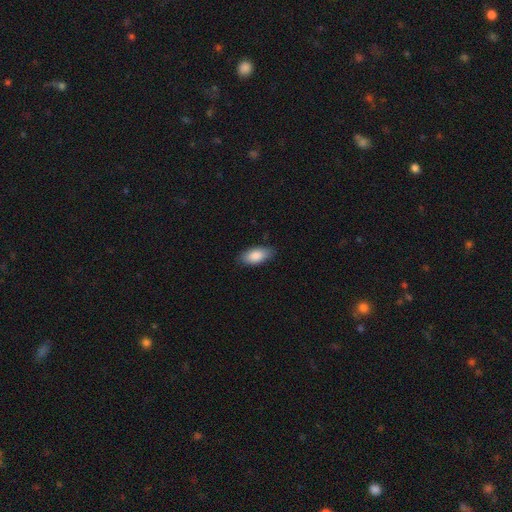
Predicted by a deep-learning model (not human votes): Smooth or featured? smooth (87%)
How rounded? in between (91%)
Merging? none (84%)